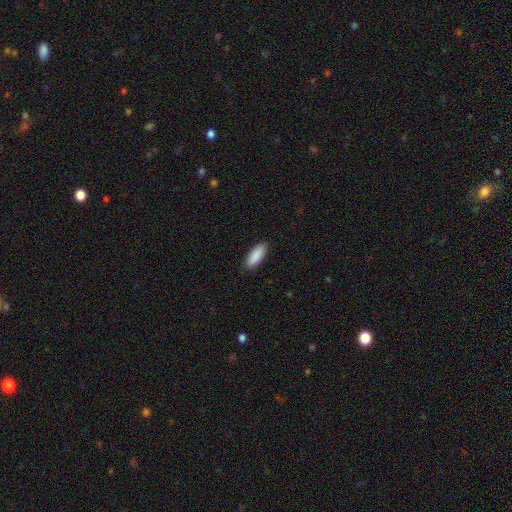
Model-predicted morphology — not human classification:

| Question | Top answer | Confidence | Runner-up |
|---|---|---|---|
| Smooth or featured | smooth | 90% | star or artifact (6%) |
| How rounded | in between | 72% | cigar-shaped (26%) |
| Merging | none | 88% | minor disturbance (9%) |